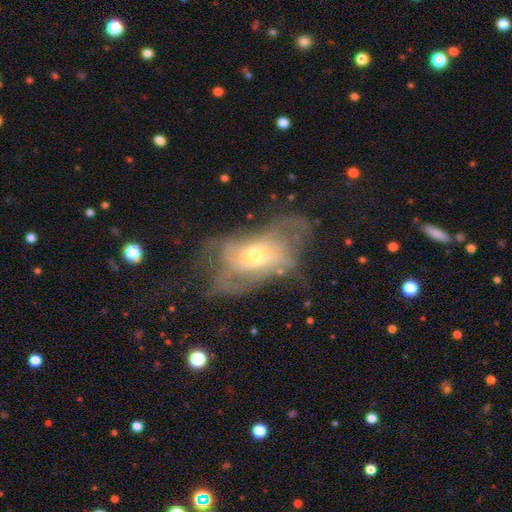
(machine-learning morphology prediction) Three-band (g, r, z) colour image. It shows a featured or disk galaxy (61%) with no bar (73%), spiral arms (52%) and a moderate central bulge (48%). Merging: major disturbance (44%).